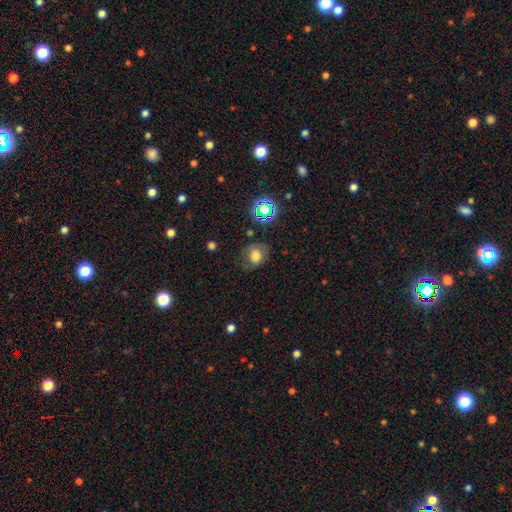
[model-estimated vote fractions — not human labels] Overall: smooth (68%). How rounded: round (55%; in between 44%). Merging: none (66%).